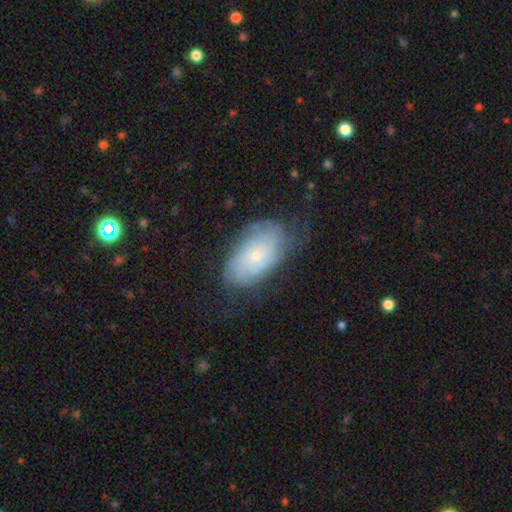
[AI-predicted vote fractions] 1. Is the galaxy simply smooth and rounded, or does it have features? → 52% featured or disk, 40% smooth, 8% star or artifact.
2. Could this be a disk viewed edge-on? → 93% no, 7% yes.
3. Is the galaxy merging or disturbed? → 61% none, 25% minor disturbance, 12% major disturbance, 1% merger.